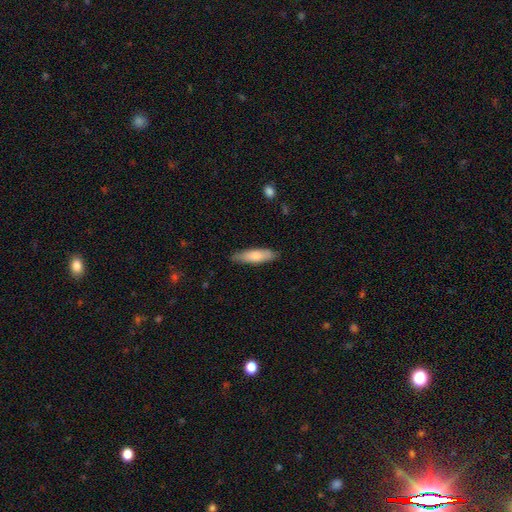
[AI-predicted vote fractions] Smooth or featured? Predicted: smooth (p=0.74). How rounded? Predicted: cigar-shaped (p=0.56). Merging? Predicted: none (p=0.82).